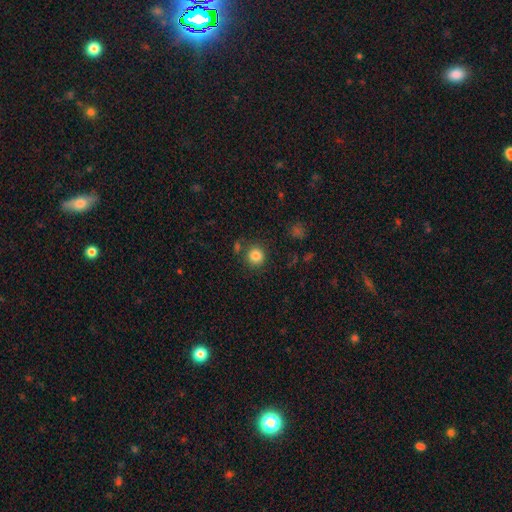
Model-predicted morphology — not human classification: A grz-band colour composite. It shows a smooth galaxy with no disk features (84%) that is round (91%). Merging: none (82%).